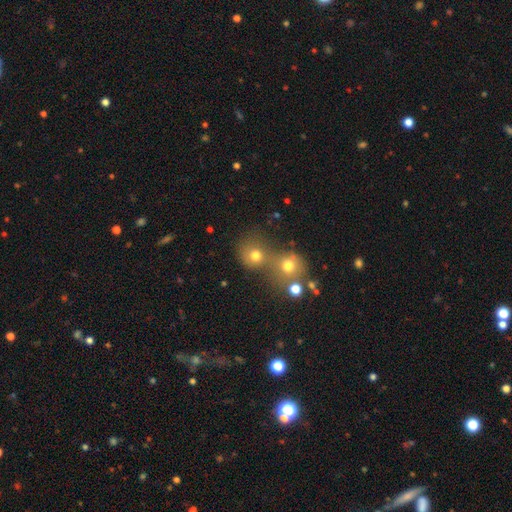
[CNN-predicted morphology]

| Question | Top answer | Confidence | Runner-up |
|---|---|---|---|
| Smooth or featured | smooth | 71% | star or artifact (17%) |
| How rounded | round | 82% | in between (17%) |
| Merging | merger | 52% | none (37%) |